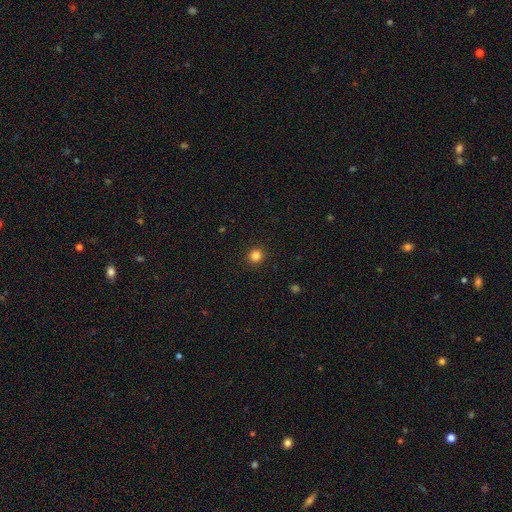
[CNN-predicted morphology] Smooth or featured?
  - smooth: 83% *
  - star or artifact: 12%
  - featured or disk: 5%
How rounded?
  - round: 90% *
  - in between: 9%
  - cigar-shaped: 1%
Merging?
  - none: 92% *
  - minor disturbance: 5%
  - major disturbance: 2%
  - merger: 1%